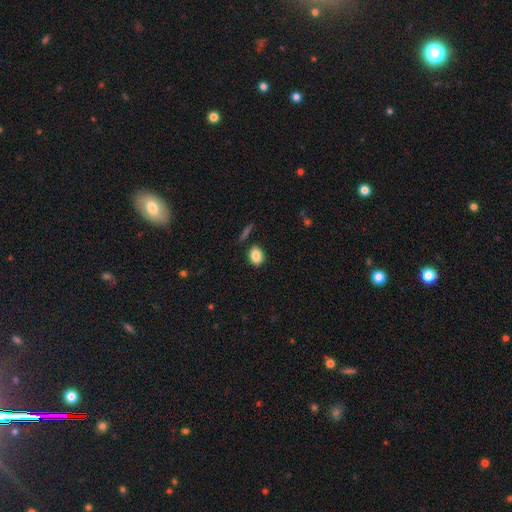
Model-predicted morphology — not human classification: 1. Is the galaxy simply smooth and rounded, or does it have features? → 85% smooth, 8% star or artifact, 7% featured or disk.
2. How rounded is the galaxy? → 64% in between, 34% round, 2% cigar-shaped.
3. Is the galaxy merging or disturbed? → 84% none, 11% minor disturbance, 3% merger, 3% major disturbance.